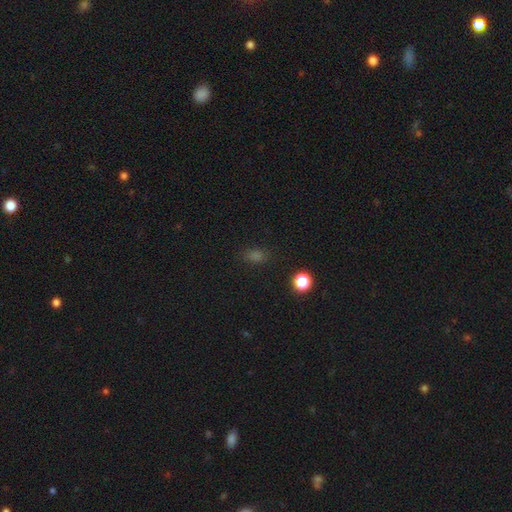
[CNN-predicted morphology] A smooth galaxy with no disk features (69%) that is in between round and cigar-shaped (68%).

Vote fractions:
- Smooth or featured? smooth: 69% / star or artifact: 26% / featured or disk: 5%
- How rounded? in between: 68% / round: 29% / cigar-shaped: 3%
- Merging? none: 84% / minor disturbance: 10% / major disturbance: 3% / merger: 2%